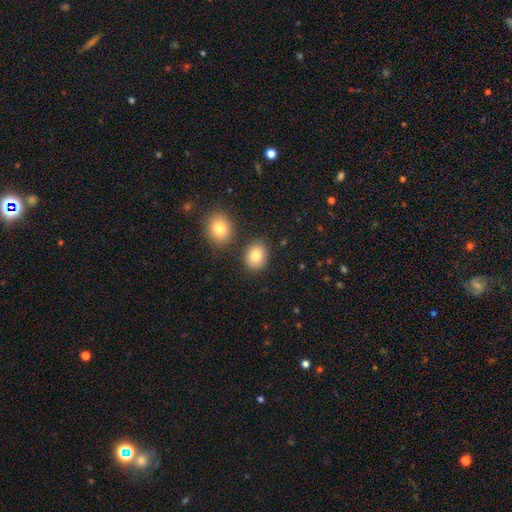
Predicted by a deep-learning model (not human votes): smooth_or_featured: smooth (p=0.83) [alt: star or artifact p=0.09]
how_rounded: round (p=0.54) [alt: in between p=0.45]
merging: none (p=0.81) [alt: minor disturbance p=0.09]